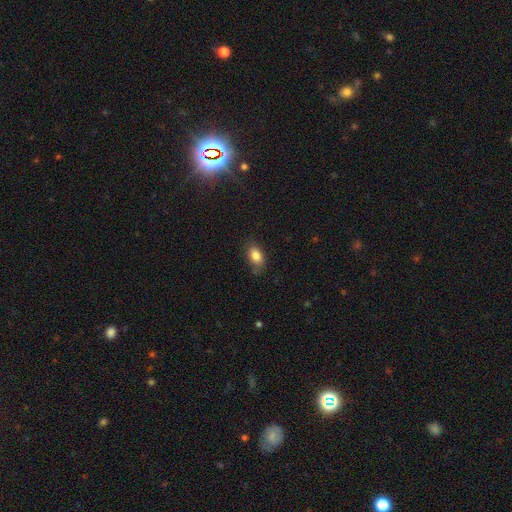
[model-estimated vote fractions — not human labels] Smooth or featured?
  - smooth: 83% *
  - star or artifact: 8%
  - featured or disk: 8%
How rounded?
  - in between: 87% *
  - round: 10%
  - cigar-shaped: 2%
Merging?
  - none: 74% *
  - minor disturbance: 20%
  - major disturbance: 5%
  - merger: 2%